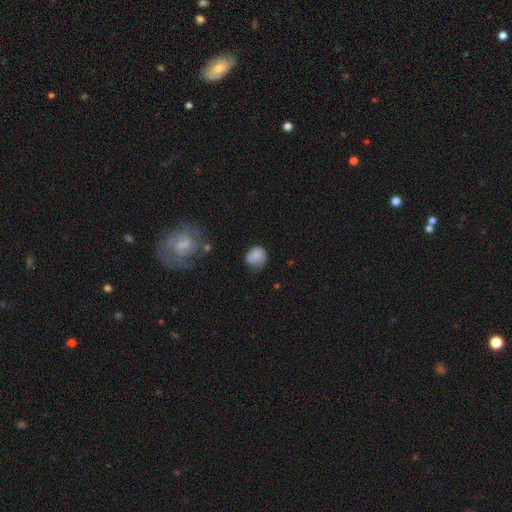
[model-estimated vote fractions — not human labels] Smooth or featured? Predicted: smooth (p=0.79). How rounded? Predicted: round (p=0.75). Merging? Predicted: none (p=0.49).